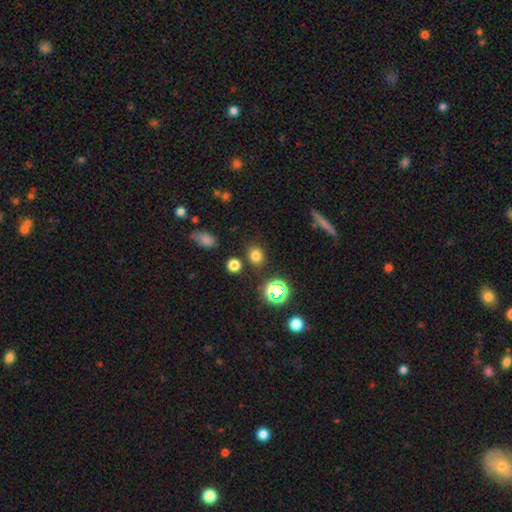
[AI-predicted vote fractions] Smooth or featured? Predicted: smooth (p=0.75). How rounded? Predicted: round (p=0.72). Merging? Predicted: none (p=0.82).